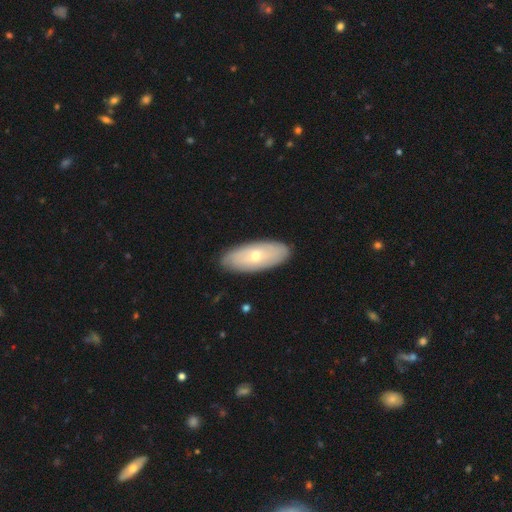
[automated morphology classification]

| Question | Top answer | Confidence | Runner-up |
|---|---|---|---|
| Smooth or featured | smooth | 49% | featured or disk (45%) |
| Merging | none | 88% | minor disturbance (9%) |